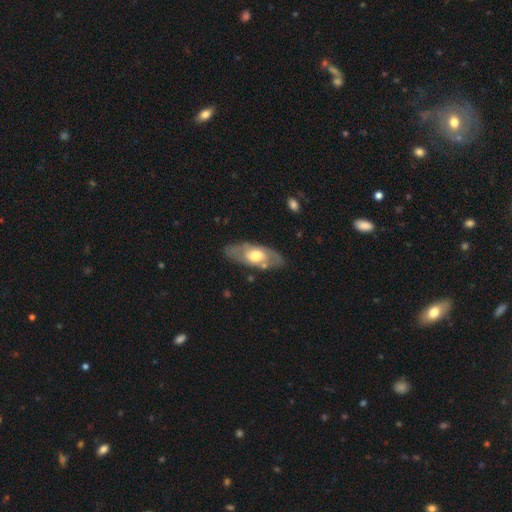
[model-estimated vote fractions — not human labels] The model was most divided on "smooth or featured": featured or disk: 53%, smooth: 42%, star or artifact: 5%. More confident: edge-on disk — no (80%); merging — none (77%).